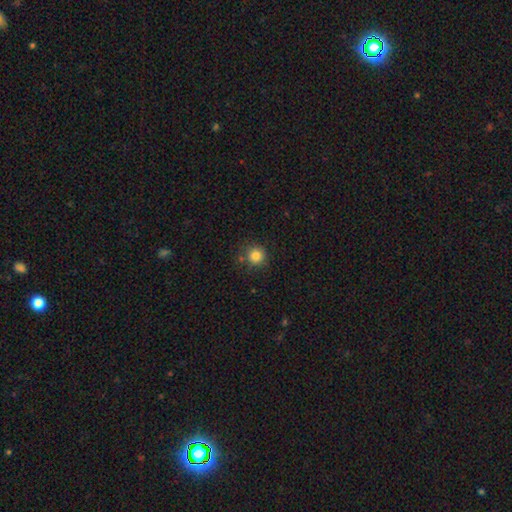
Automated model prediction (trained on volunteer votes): smooth 82%, star or artifact 12%, featured or disk 5%. Down the decision tree: how rounded — round (94%); merging — none (82%).